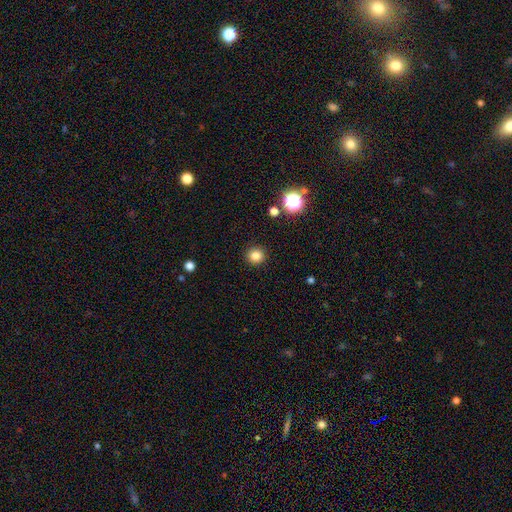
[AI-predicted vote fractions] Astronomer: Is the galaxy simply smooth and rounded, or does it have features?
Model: smooth — 82%.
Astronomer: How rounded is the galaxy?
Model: round — 93%.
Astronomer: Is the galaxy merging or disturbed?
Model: none — 92%.